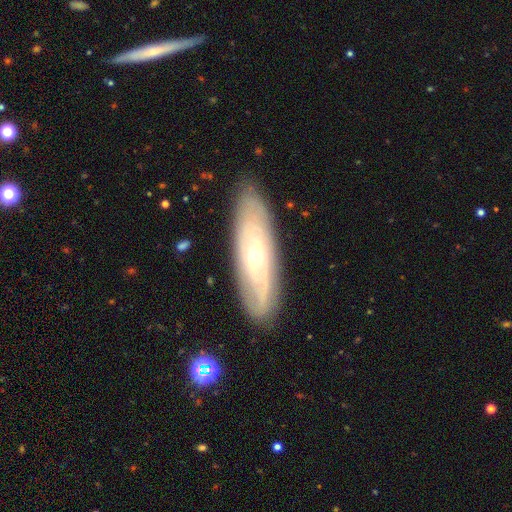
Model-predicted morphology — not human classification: type=featured or disk (73%); edge-on=no (76%); bar=no (67%); spiral arms=yes (76%); bulge=small (51%); merging=none (83%).